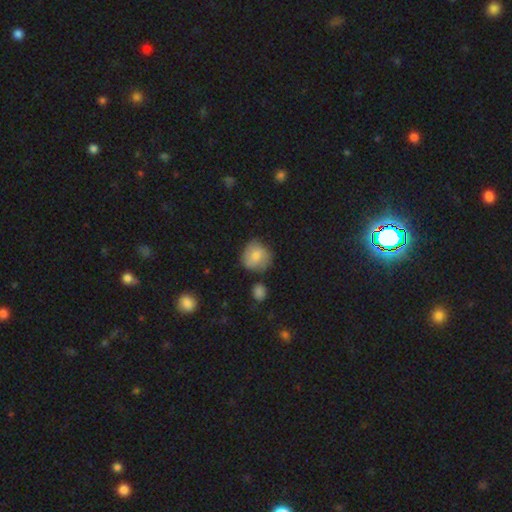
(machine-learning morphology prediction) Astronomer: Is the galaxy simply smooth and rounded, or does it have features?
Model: smooth — 69%.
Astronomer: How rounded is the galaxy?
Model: round — 85%.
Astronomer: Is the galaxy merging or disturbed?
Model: none — 67%.